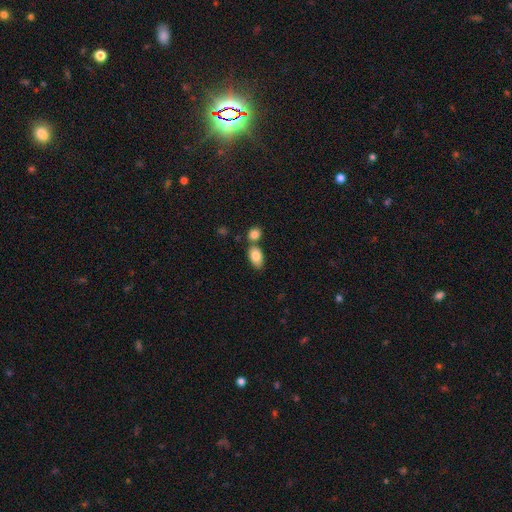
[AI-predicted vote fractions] smooth 84%, featured or disk 9%, star or artifact 7%. Down the decision tree: how rounded — in between (91%); merging — none (54%).